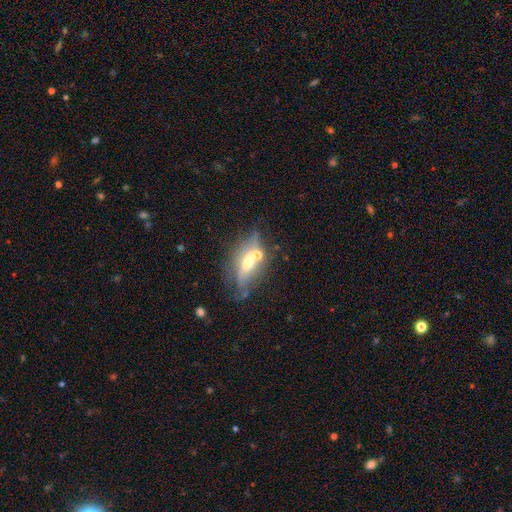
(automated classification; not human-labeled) smooth_or_featured: featured or disk (p=0.51) [alt: smooth p=0.37]
disk_edge_on: no (p=0.52) [alt: yes p=0.48]
merging: none (p=0.45) [alt: merger p=0.27]